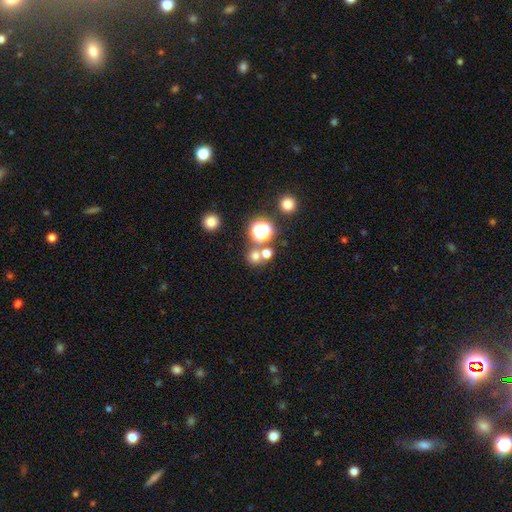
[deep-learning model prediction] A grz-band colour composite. It shows a smooth galaxy with no disk features (66%) that is round (86%). Merging: none (61%).